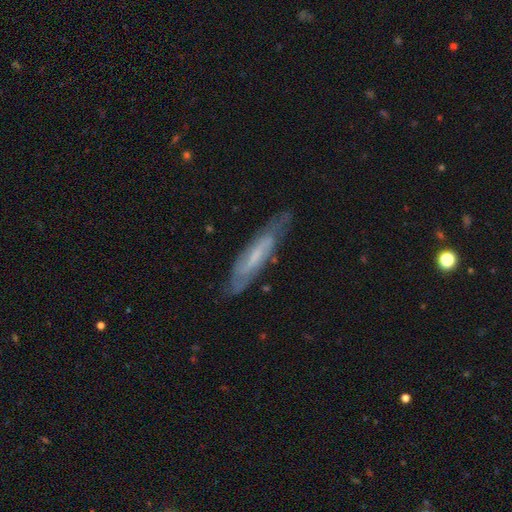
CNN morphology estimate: Overall: featured or disk (66%; smooth 27%). Edge-on disk: no (59%; yes 41%). Merging: none (73%).